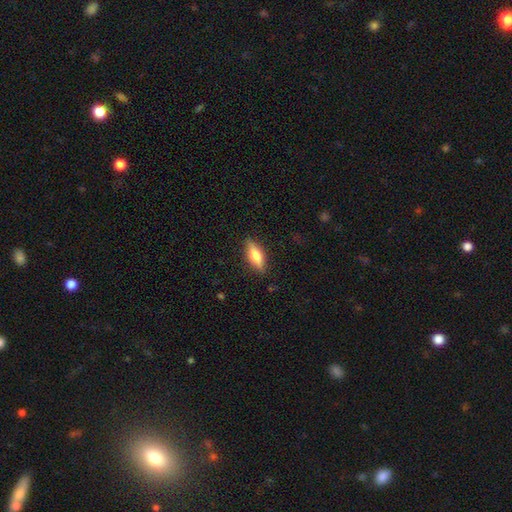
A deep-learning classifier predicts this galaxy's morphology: Smooth or featured: smooth — 60% (featured or disk — 33%)
How rounded: in between — 57% (cigar-shaped — 40%)
Merging: none — 85% (minor disturbance — 11%)